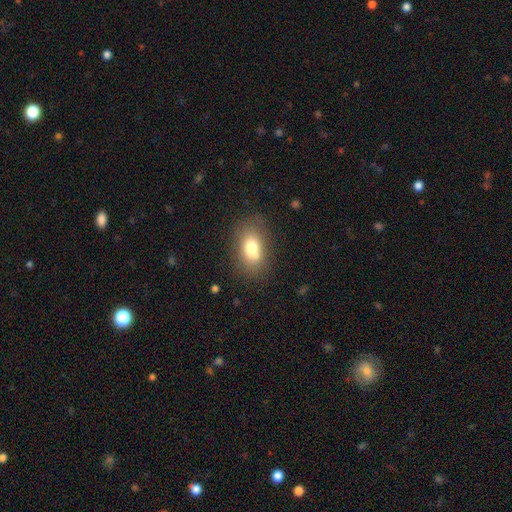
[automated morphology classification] smooth_or_featured: smooth (p=0.74) [alt: featured or disk p=0.16]
how_rounded: in between (p=0.84) [alt: round p=0.13]
merging: none (p=0.72) [alt: minor disturbance p=0.17]